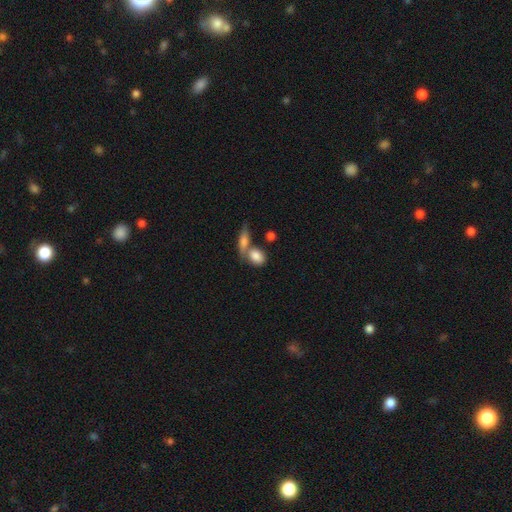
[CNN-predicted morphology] Q: Smooth or featured?
A: smooth (82%); runner-up: featured or disk (11%)
Q: How rounded?
A: in between (72%); runner-up: round (23%)
Q: Merging?
A: merger (44%); runner-up: none (40%)